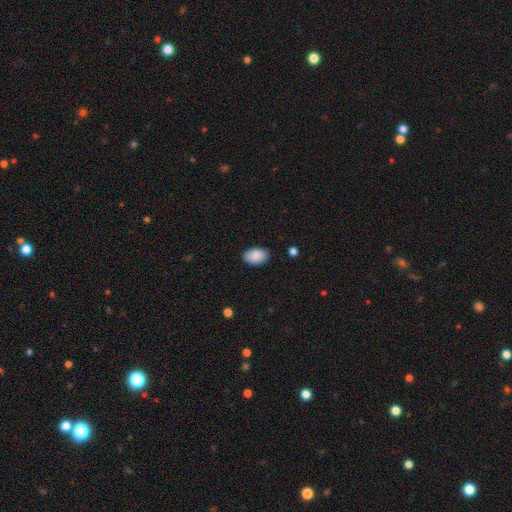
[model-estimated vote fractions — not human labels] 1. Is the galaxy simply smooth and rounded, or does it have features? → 89% smooth, 7% star or artifact, 5% featured or disk.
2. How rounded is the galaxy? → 91% in between, 8% round, 1% cigar-shaped.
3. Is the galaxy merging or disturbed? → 86% none, 10% minor disturbance, 2% major disturbance, 1% merger.